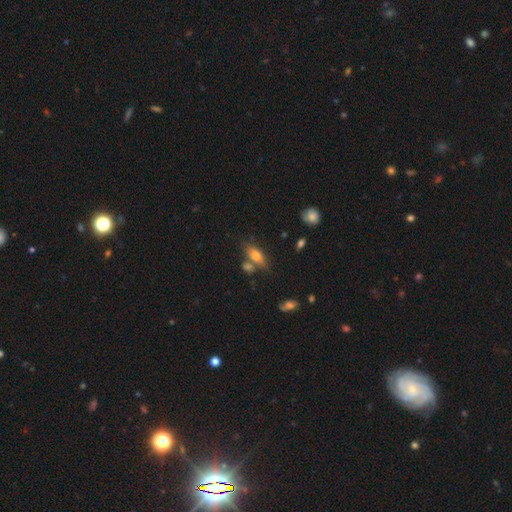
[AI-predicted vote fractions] Smooth or featured?
  - smooth: 72% *
  - featured or disk: 19%
  - star or artifact: 9%
How rounded?
  - in between: 79% *
  - cigar-shaped: 16%
  - round: 5%
Merging?
  - none: 58% *
  - merger: 21%
  - minor disturbance: 15%
  - major disturbance: 5%